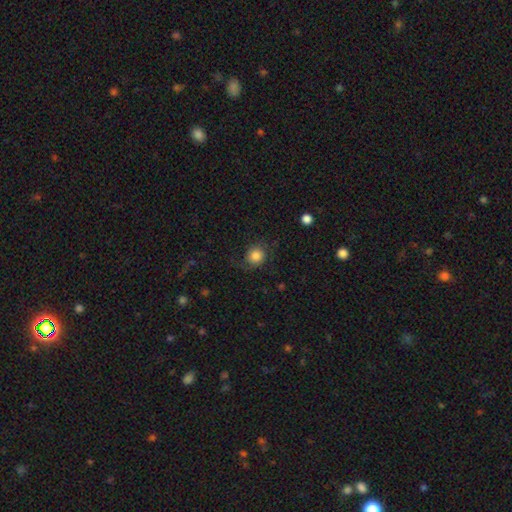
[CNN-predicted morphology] This appears to be a smooth galaxy with no disk features (77%) that is round (85%). Merging: none (67%).